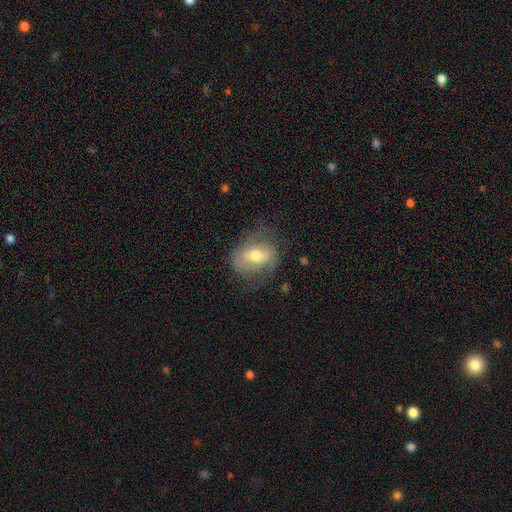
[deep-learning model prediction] Morphology: type=featured or disk (50%); edge-on=no (93%); merging=none (60%).